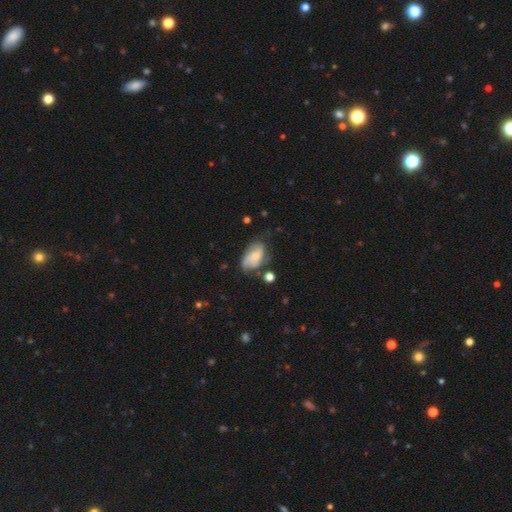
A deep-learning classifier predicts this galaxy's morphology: type=featured or disk (61%); edge-on=no (96%); bar=no (67%); spiral arms=yes (87%); winding=medium (42%); arm count=2 (41%); bulge=small (49%); merging=none (51%).